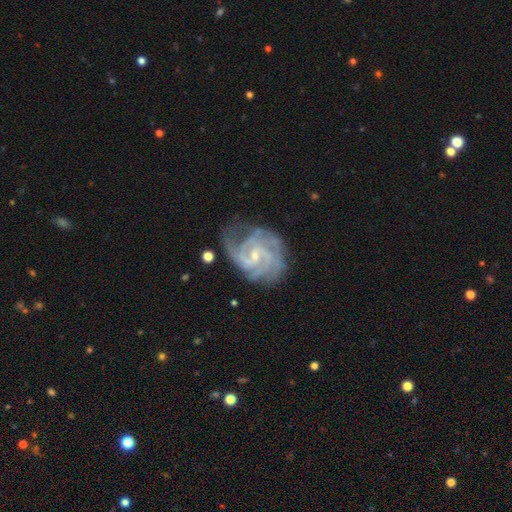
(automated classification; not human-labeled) A featured or disk galaxy (89%) with a weak bar (52%), 3 (29%) tight (55%) spiral arms (98%) and a small central bulge (70%). Merging: none (62%).